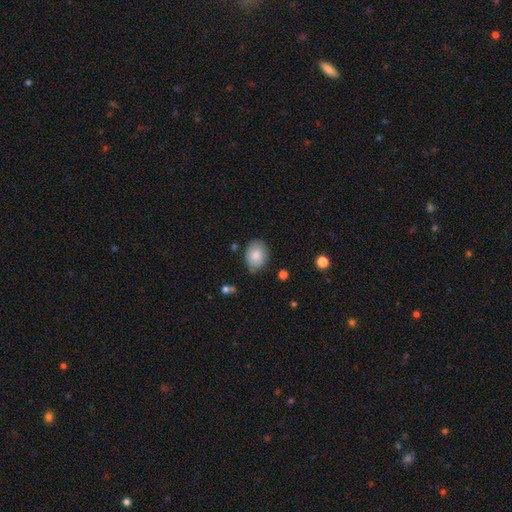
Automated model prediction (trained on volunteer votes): Smooth or featured?
  - smooth: 84% *
  - featured or disk: 9%
  - star or artifact: 7%
How rounded?
  - in between: 66% *
  - round: 33%
  - cigar-shaped: 1%
Merging?
  - none: 75% *
  - minor disturbance: 19%
  - major disturbance: 4%
  - merger: 2%